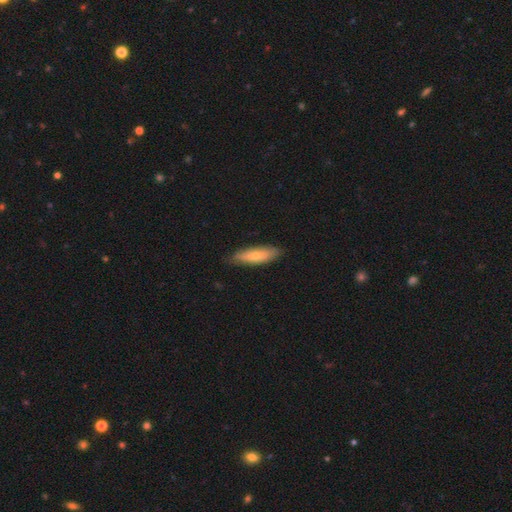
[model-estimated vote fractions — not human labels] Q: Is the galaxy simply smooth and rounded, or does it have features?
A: smooth — 65%.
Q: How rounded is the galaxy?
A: cigar-shaped — 57%.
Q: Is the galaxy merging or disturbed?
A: none — 82%.